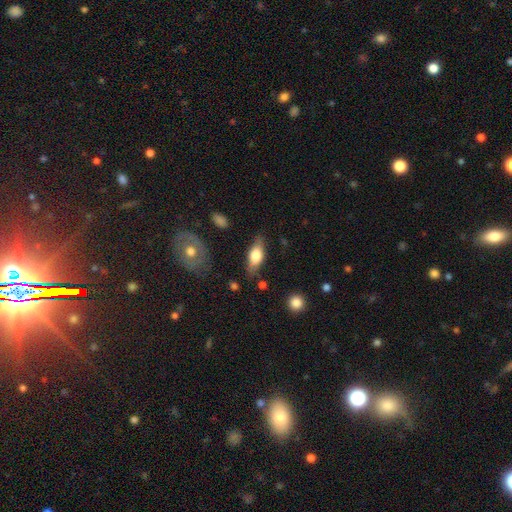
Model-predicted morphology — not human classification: A smooth galaxy with no disk features (61%) that is in between round and cigar-shaped (77%). Merging: none (76%).